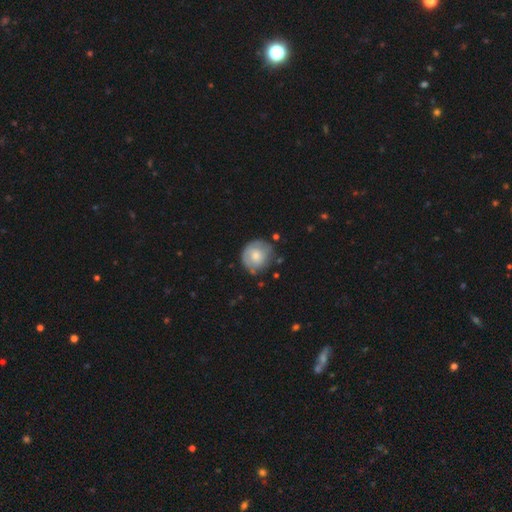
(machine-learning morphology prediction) smooth 56%, featured or disk 38%, star or artifact 6%. Down the decision tree: how rounded — round (87%); merging — none (69%).